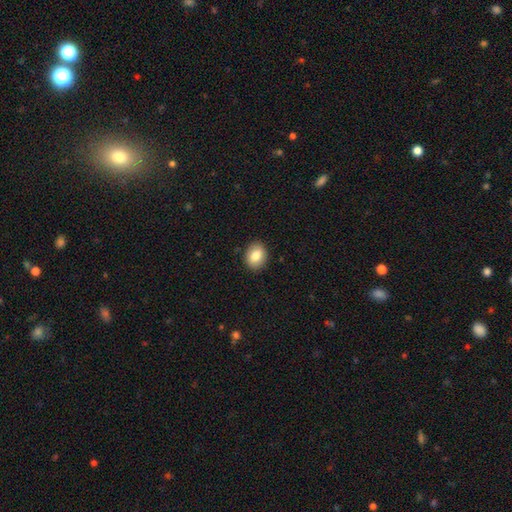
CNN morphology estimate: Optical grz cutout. It shows a smooth galaxy with no disk features (84%) that is round (52%). Merging: none (91%).